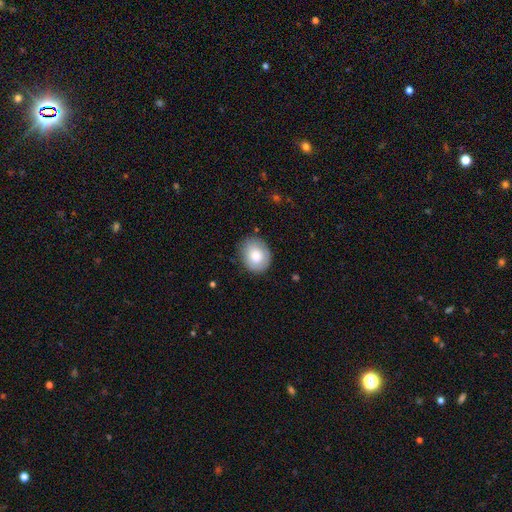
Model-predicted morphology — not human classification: Smooth or featured?
  - smooth: 73% *
  - featured or disk: 19%
  - star or artifact: 7%
How rounded?
  - round: 60% *
  - in between: 40%
  - cigar-shaped: 1%
Merging?
  - none: 80% *
  - minor disturbance: 15%
  - major disturbance: 4%
  - merger: 1%